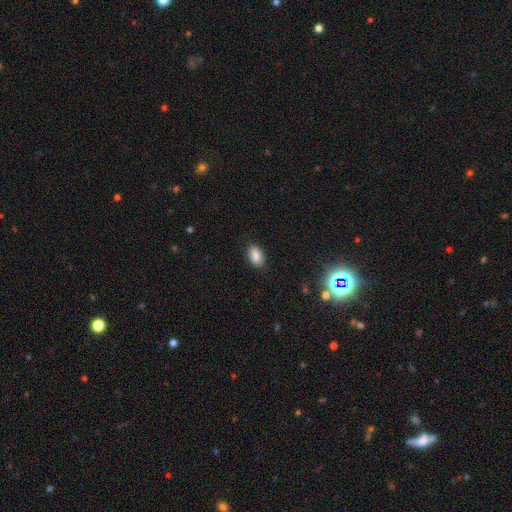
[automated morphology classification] This appears to be a smooth galaxy with no disk features (85%) that is in between round and cigar-shaped (91%). Merging: none (86%).